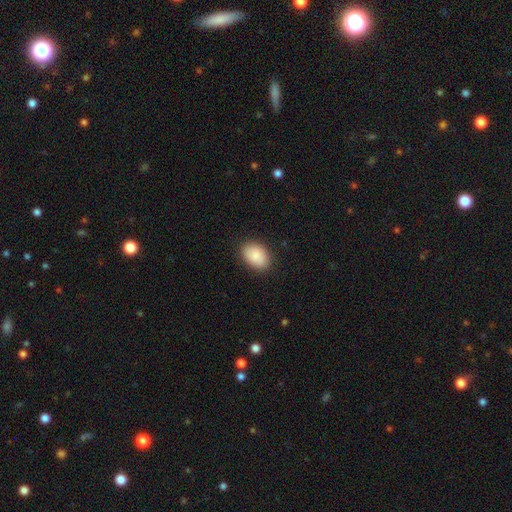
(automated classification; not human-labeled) This appears to be a smooth galaxy with no disk features (89%) that is in between round and cigar-shaped (85%). Merging: none (88%).